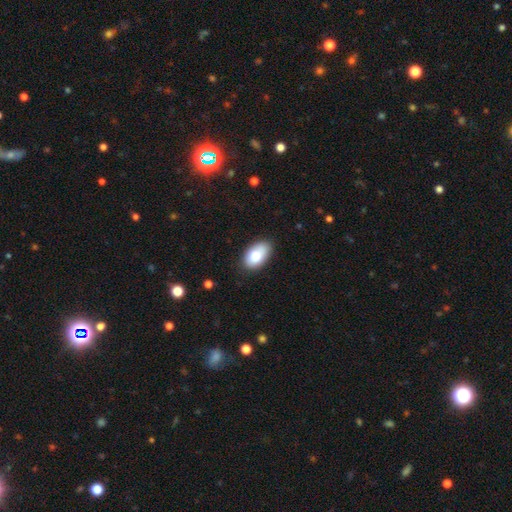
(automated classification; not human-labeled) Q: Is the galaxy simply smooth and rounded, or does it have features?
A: smooth — 79%.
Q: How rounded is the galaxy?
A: in between — 92%.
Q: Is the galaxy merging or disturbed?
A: none — 80%.